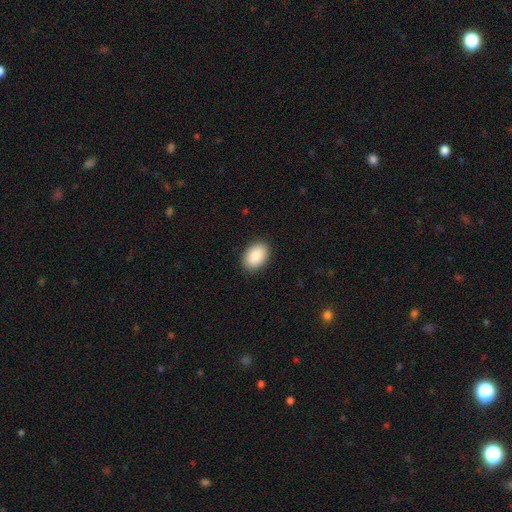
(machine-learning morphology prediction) smooth 90%, star or artifact 6%, featured or disk 4%. Down the decision tree: how rounded — in between (85%); merging — none (89%).